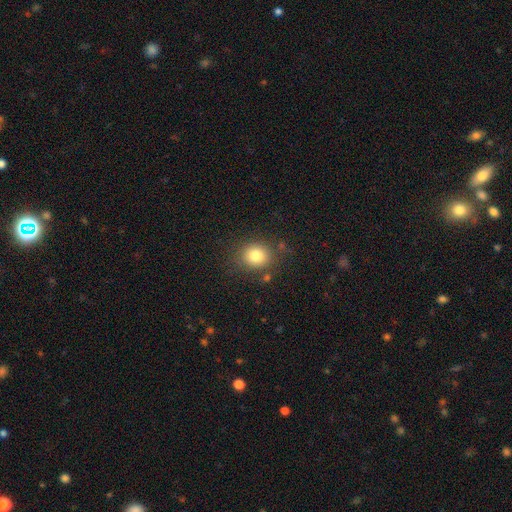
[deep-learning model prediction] Smooth or featured? Predicted: smooth (p=0.81). How rounded? Predicted: round (p=0.72). Merging? Predicted: none (p=0.81).